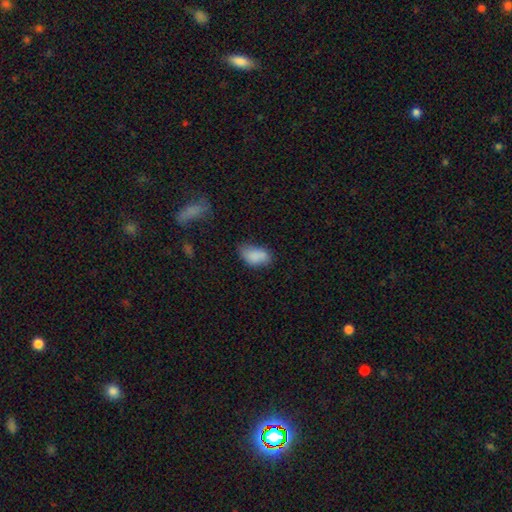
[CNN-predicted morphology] Smooth or featured?
  - smooth: 85% *
  - star or artifact: 8%
  - featured or disk: 7%
How rounded?
  - in between: 92% *
  - round: 6%
  - cigar-shaped: 2%
Merging?
  - none: 57% *
  - minor disturbance: 31%
  - major disturbance: 8%
  - merger: 3%